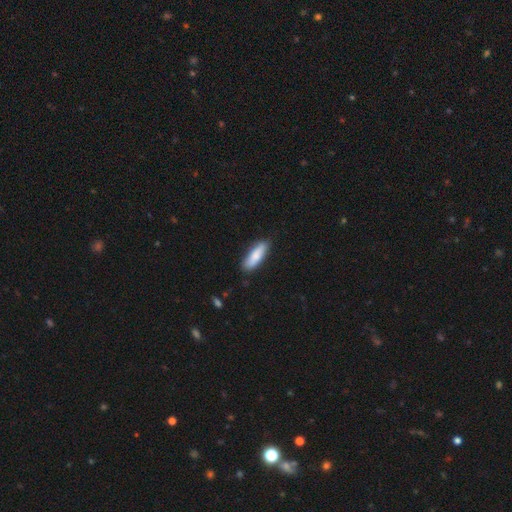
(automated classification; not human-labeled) Q: Smooth or featured?
A: smooth (82%); runner-up: featured or disk (13%)
Q: How rounded?
A: cigar-shaped (55%); runner-up: in between (43%)
Q: Merging?
A: none (84%); runner-up: minor disturbance (13%)